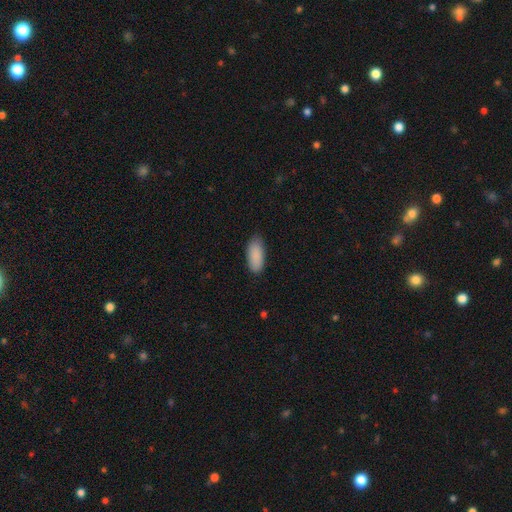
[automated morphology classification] Smooth or featured? Predicted: smooth (p=0.90). How rounded? Predicted: in between (p=0.88). Merging? Predicted: none (p=0.82).